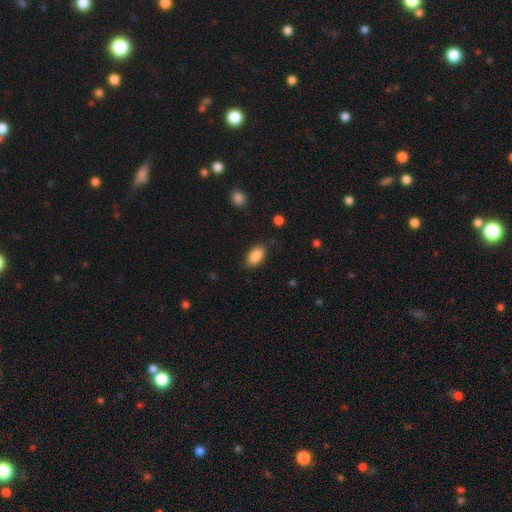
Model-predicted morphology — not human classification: smooth-or-featured: smooth: 88% | star or artifact: 7% | featured or disk: 5%
  how-rounded: in between: 93% | round: 5% | cigar-shaped: 2%
  merging: none: 81% | minor disturbance: 14% | major disturbance: 4% | merger: 1%